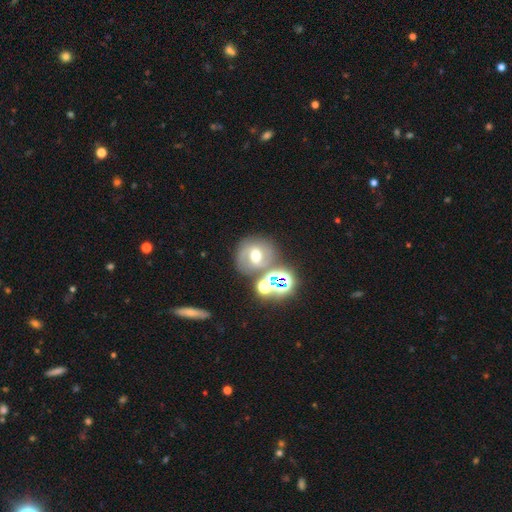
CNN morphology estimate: The model was most divided on "smooth or featured": featured or disk: 45%, smooth: 32%, star or artifact: 23%. More confident: merging — none (62%).